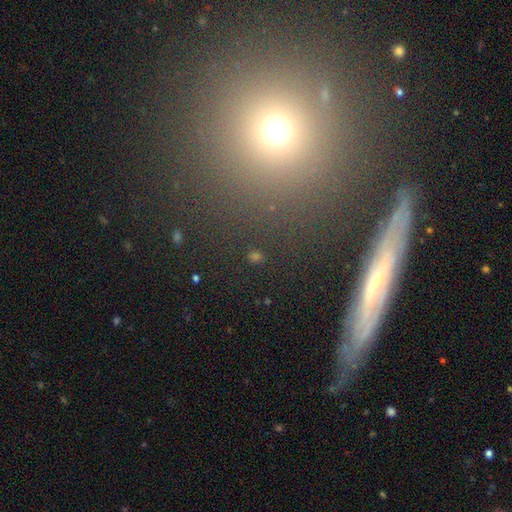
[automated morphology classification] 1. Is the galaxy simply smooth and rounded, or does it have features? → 48% smooth, 42% star or artifact, 11% featured or disk.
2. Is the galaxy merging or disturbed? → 85% none, 8% minor disturbance, 4% major disturbance, 4% merger.